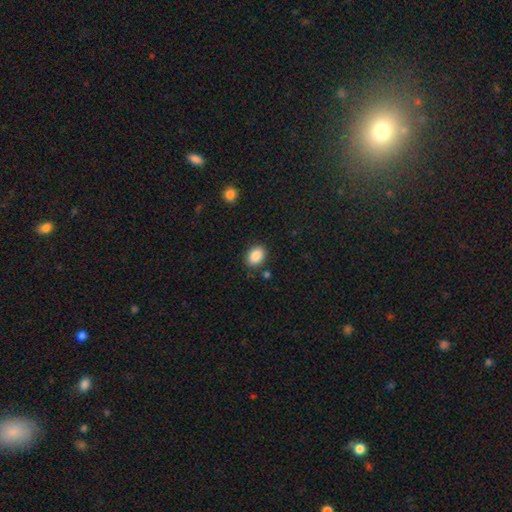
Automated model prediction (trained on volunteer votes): Morphology: type=smooth (88%); roundness=in between (72%); merging=none (85%).